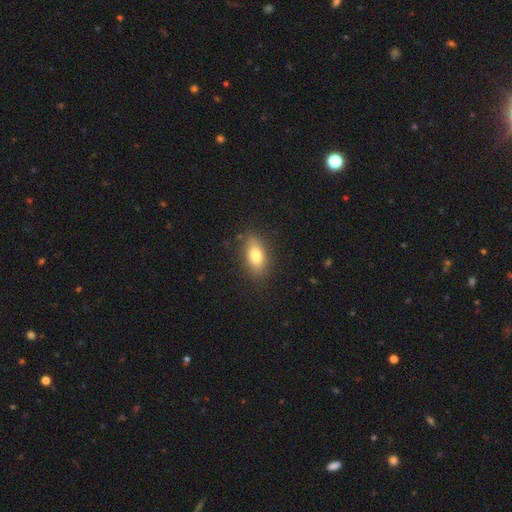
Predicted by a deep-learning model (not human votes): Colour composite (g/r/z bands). It shows a smooth galaxy with no disk features (77%) that is in between round and cigar-shaped (83%). Merging: none (83%).